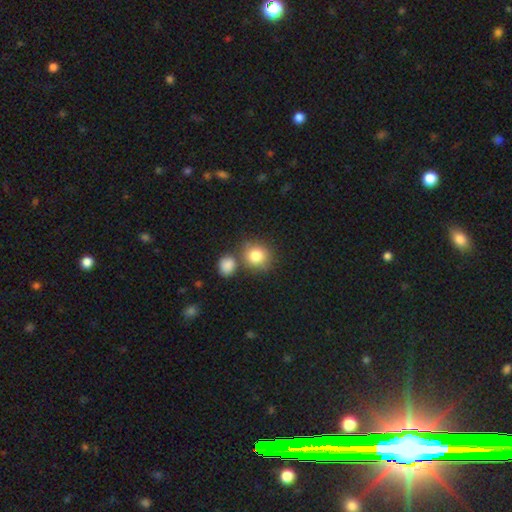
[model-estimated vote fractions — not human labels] Q: Smooth or featured?
A: smooth (82%); runner-up: star or artifact (9%)
Q: How rounded?
A: round (81%); runner-up: in between (18%)
Q: Merging?
A: none (65%); runner-up: merger (20%)